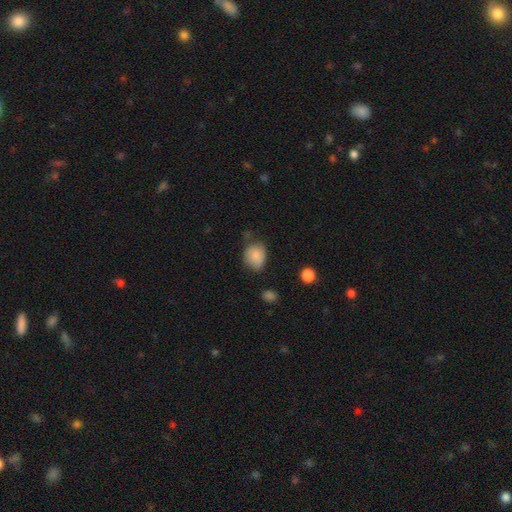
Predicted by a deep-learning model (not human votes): Smooth or featured? Predicted: smooth (p=0.82). How rounded? Predicted: round (p=0.57). Merging? Predicted: none (p=0.59).